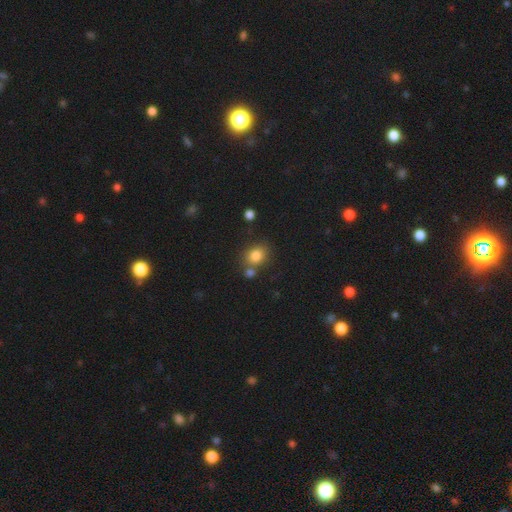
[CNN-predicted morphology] This is clearly a smooth galaxy (81%). How rounded: possibly round (57%). Merging: likely none (65%).